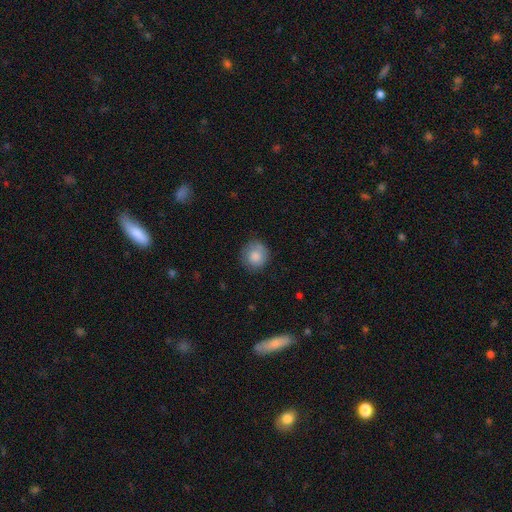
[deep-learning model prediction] Morphology: type=smooth (82%); roundness=round (90%); merging=none (76%).